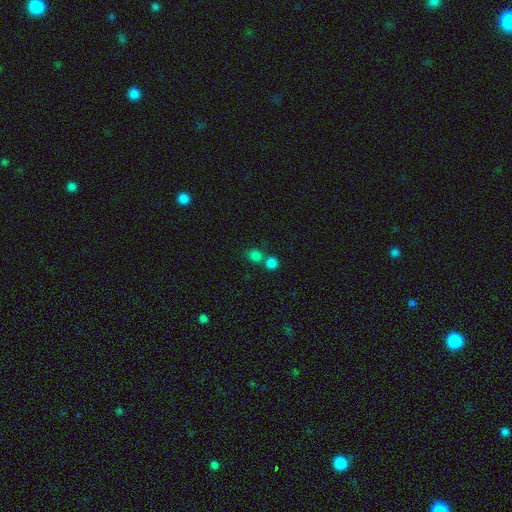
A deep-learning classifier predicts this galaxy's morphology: smooth_or_featured: smooth (p=0.80) [alt: star or artifact p=0.15]
how_rounded: round (p=0.80) [alt: in between p=0.19]
merging: none (p=0.55) [alt: merger p=0.34]